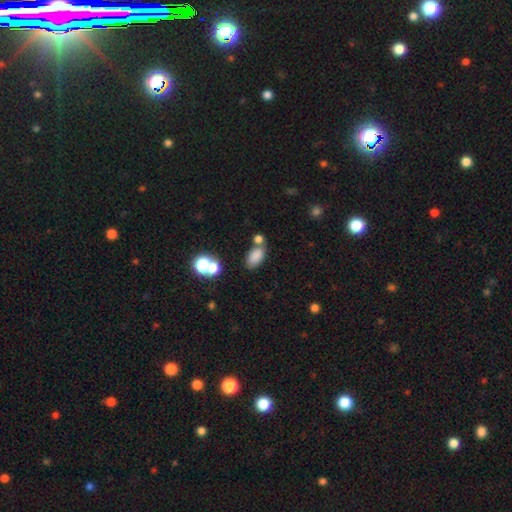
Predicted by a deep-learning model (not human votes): Smooth or featured: smooth — 80% (star or artifact — 12%)
How rounded: in between — 89% (round — 8%)
Merging: none — 60% (merger — 21%)